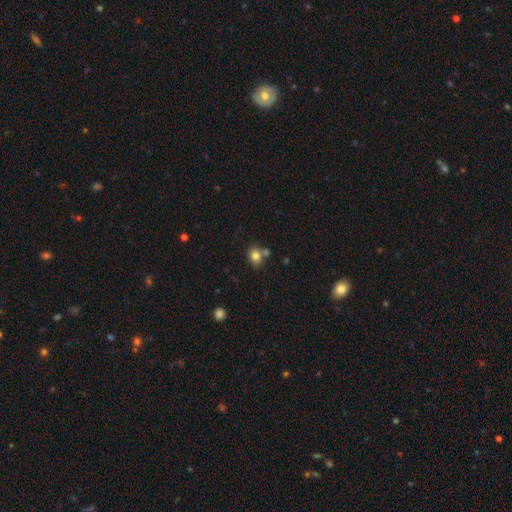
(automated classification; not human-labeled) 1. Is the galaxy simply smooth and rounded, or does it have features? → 81% smooth, 11% star or artifact, 8% featured or disk.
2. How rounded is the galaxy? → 54% round, 45% in between, 1% cigar-shaped.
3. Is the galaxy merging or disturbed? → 61% none, 22% merger, 13% minor disturbance, 4% major disturbance.